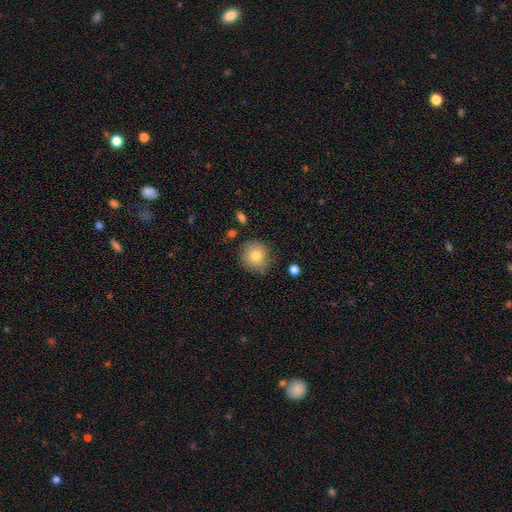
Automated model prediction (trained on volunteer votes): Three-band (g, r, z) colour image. It shows a smooth galaxy with no disk features (79%) that is round (92%). Merging: none (79%).